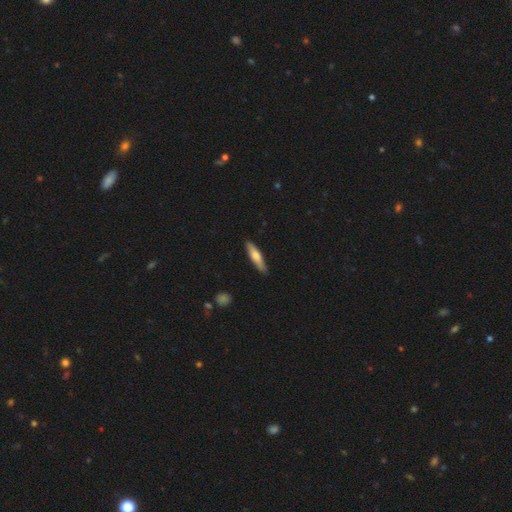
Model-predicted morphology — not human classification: The model was most divided on "smooth or featured": smooth: 62%, featured or disk: 32%, star or artifact: 5%. More confident: merging — none (88%); how rounded — cigar-shaped (83%).